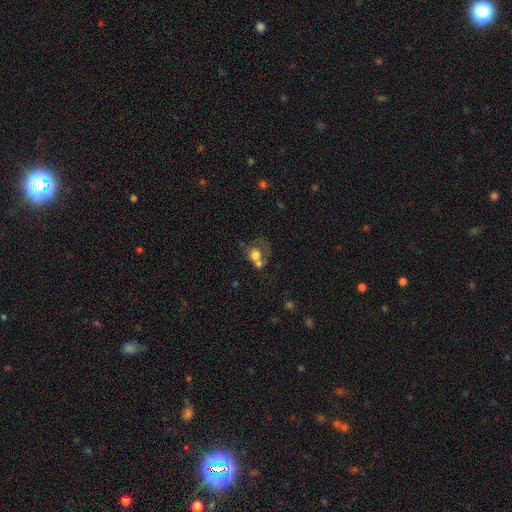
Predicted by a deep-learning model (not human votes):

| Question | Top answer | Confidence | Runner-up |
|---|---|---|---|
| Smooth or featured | smooth | 63% | featured or disk (27%) |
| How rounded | round | 60% | in between (39%) |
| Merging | merger | 50% | none (23%) |